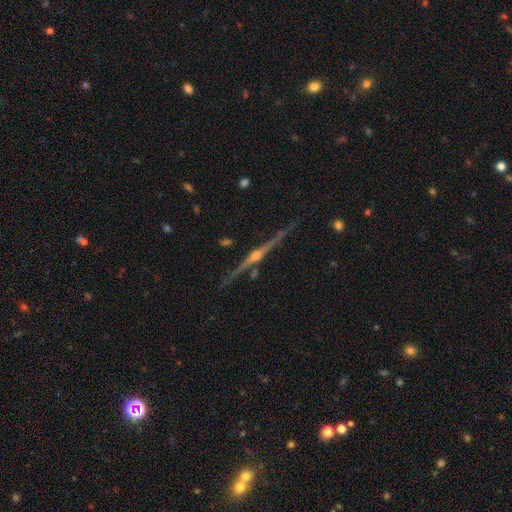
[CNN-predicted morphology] smooth_or_featured: featured or disk (p=0.90) [alt: star or artifact p=0.05]
disk_edge_on: yes (p=0.98) [alt: no p=0.02]
edge_on_bulge: rounded (p=0.93) [alt: boxy p=0.04]
merging: none (p=0.88) [alt: minor disturbance p=0.08]